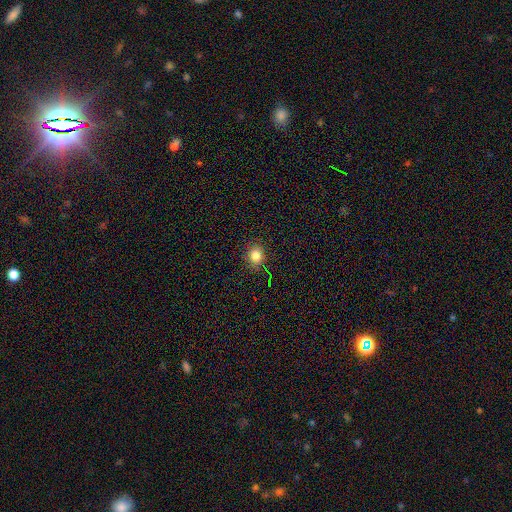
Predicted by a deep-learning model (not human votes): smooth_or_featured: smooth (p=0.81) [alt: star or artifact p=0.14]
how_rounded: round (p=0.71) [alt: in between p=0.28]
merging: none (p=0.87) [alt: minor disturbance p=0.09]